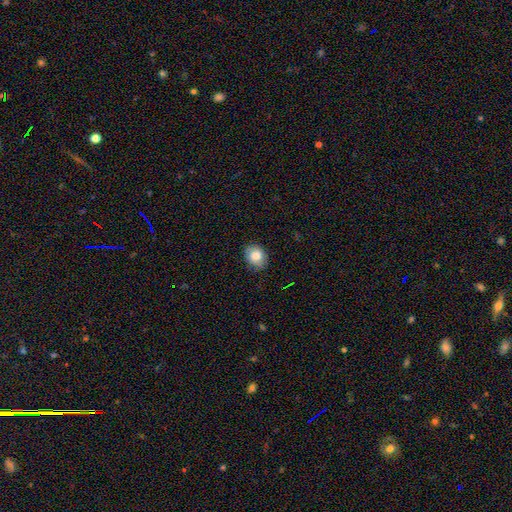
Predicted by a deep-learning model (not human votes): A smooth galaxy with no disk features (80%) that is in between round and cigar-shaped (54%).

Vote fractions:
- Smooth or featured? smooth: 80% / featured or disk: 12% / star or artifact: 8%
- How rounded? in between: 54% / round: 45% / cigar-shaped: 1%
- Merging? none: 84% / minor disturbance: 13% / major disturbance: 3% / merger: 1%